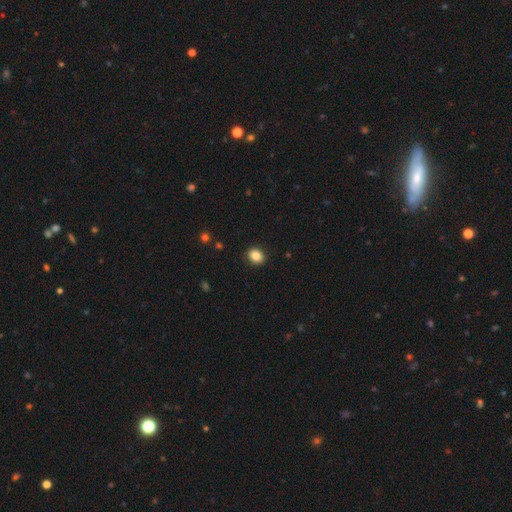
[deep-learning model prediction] This appears to be a smooth galaxy with no disk features (85%) that is round (51%). Merging: none (89%).